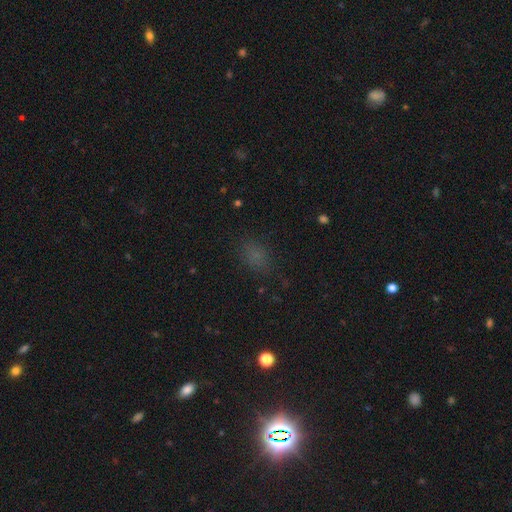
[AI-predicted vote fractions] smooth-or-featured: smooth: 70% | star or artifact: 22% | featured or disk: 8%
  how-rounded: in between: 74% | round: 23% | cigar-shaped: 3%
  merging: none: 76% | minor disturbance: 16% | major disturbance: 6% | merger: 2%